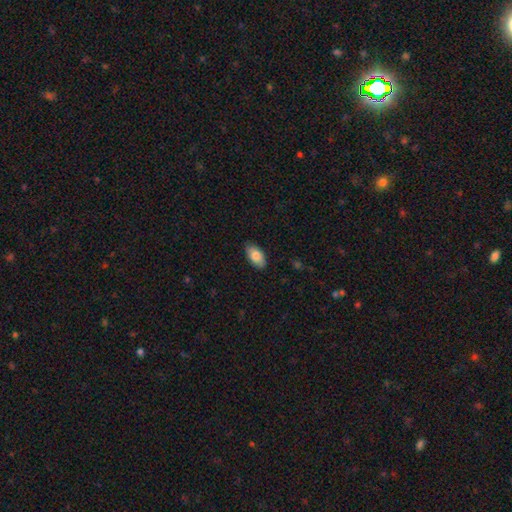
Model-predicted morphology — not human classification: This appears to be a smooth galaxy with no disk features (83%) that is in between round and cigar-shaped (95%). Merging: none (86%).